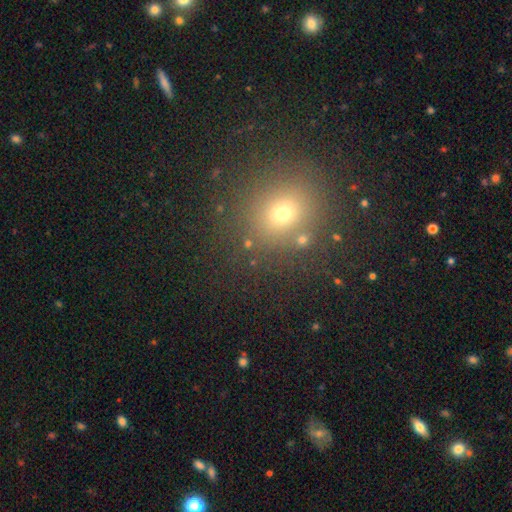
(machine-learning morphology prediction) This appears to be a smooth galaxy with no disk features (61%) that is round (76%). Merging: none (87%).